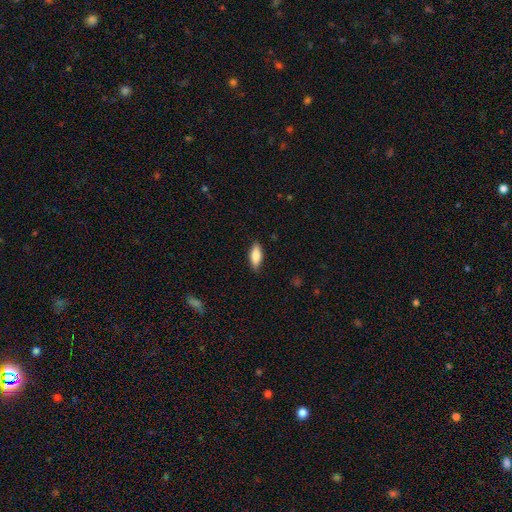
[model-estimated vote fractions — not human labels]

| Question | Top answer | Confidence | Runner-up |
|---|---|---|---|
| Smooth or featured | smooth | 82% | featured or disk (12%) |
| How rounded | in between | 75% | cigar-shaped (23%) |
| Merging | none | 82% | minor disturbance (14%) |